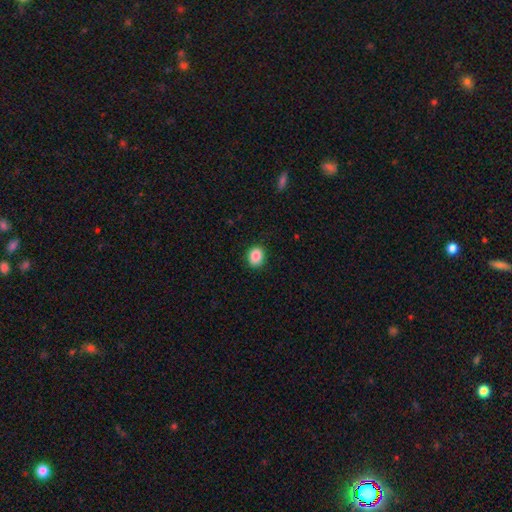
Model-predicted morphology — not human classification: A smooth galaxy with no disk features (88%) that is round (50%).

Vote fractions:
- Smooth or featured? smooth: 88% / star or artifact: 9% / featured or disk: 4%
- How rounded? round: 50% / in between: 49% / cigar-shaped: 1%
- Merging? none: 88% / minor disturbance: 9% / major disturbance: 2% / merger: 1%